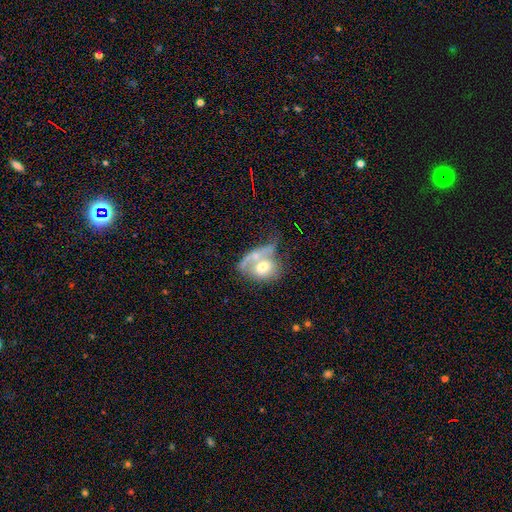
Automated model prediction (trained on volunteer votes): Smooth or featured? Predicted: smooth (p=0.50). How rounded? Predicted: in between (p=0.64). Merging? Predicted: merger (p=0.61).